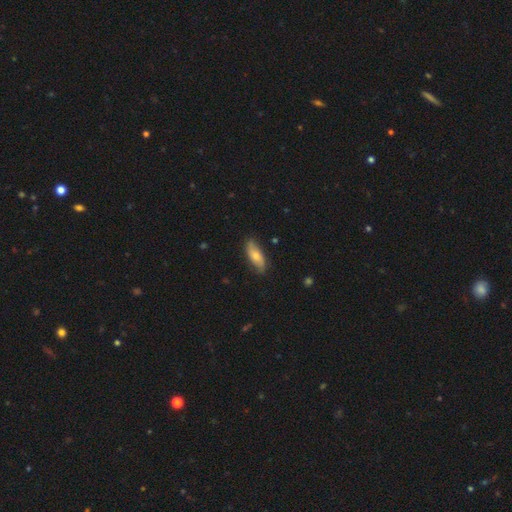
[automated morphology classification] Smooth or featured: smooth — 57% (featured or disk — 37%)
How rounded: in between — 73% (cigar-shaped — 24%)
Merging: none — 78% (minor disturbance — 17%)